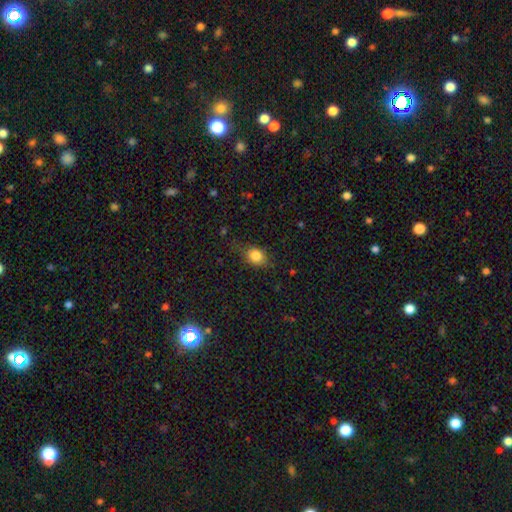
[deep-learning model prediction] Smooth or featured? smooth (82%)
How rounded? in between (58%)
Merging? none (70%)